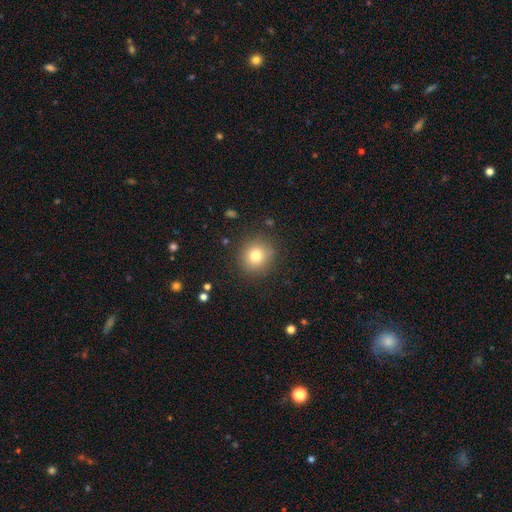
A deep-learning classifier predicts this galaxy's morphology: smooth_or_featured: smooth (p=0.78) [alt: star or artifact p=0.13]
how_rounded: round (p=0.92) [alt: in between p=0.07]
merging: none (p=0.87) [alt: minor disturbance p=0.08]